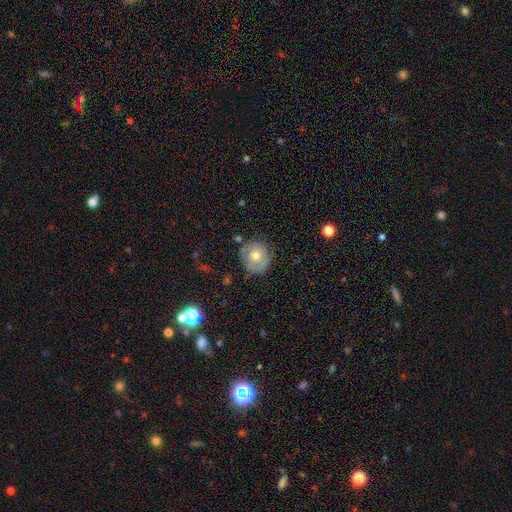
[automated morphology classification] Overall: smooth (64%; featured or disk 27%). How rounded: round (85%). Merging: none (74%).